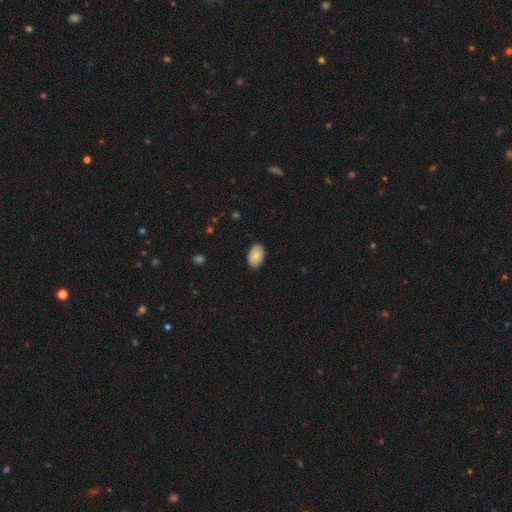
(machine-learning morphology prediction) The model was most divided on "smooth or featured": smooth: 84%, featured or disk: 9%, star or artifact: 6%. More confident: how rounded — in between (92%); merging — none (87%).